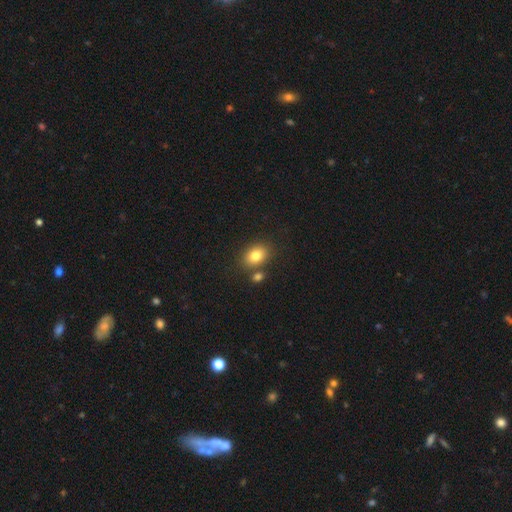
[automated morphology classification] Smooth or featured? Predicted: smooth (p=0.81). How rounded? Predicted: in between (p=0.73). Merging? Predicted: none (p=0.71).